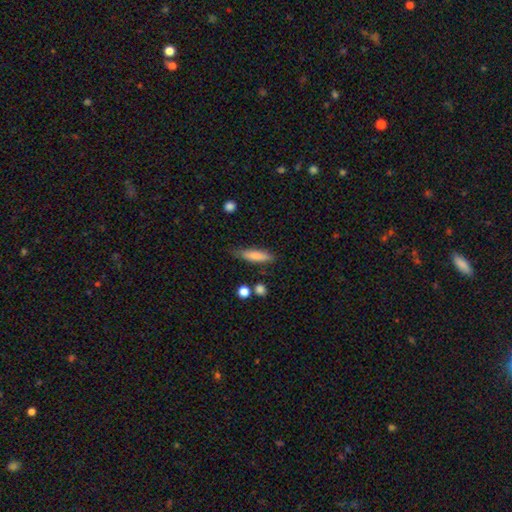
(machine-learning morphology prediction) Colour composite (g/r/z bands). It shows a smooth galaxy with no disk features (79%) that is cigar-shaped (72%). Merging: none (75%).